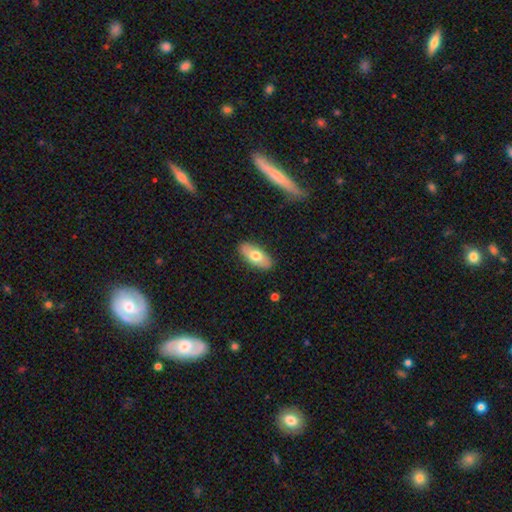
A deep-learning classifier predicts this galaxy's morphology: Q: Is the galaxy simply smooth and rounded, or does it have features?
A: smooth — 66%.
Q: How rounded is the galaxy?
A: in between — 88%.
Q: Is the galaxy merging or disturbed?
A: none — 87%.